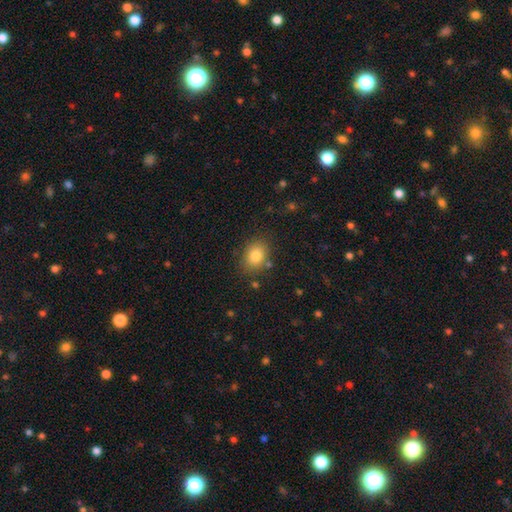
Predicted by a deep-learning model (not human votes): The model was most divided on "how rounded": in between: 62%, round: 37%, cigar-shaped: 1%. More confident: smooth or featured — smooth (82%); merging — none (81%).